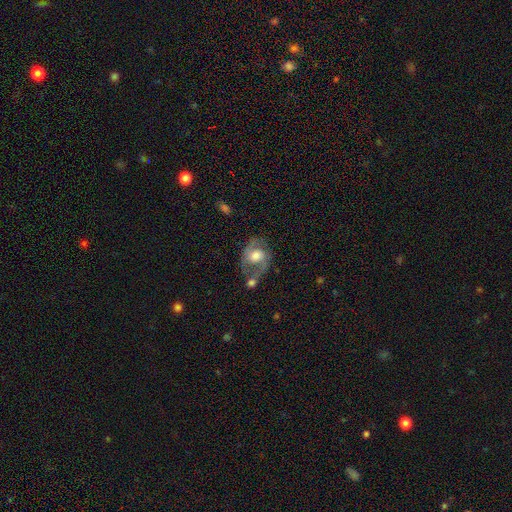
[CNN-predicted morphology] type=featured or disk (65%); edge-on=no (96%); bar=no (58%); spiral arms=yes (76%); bulge=moderate (51%); merging=none (45%).